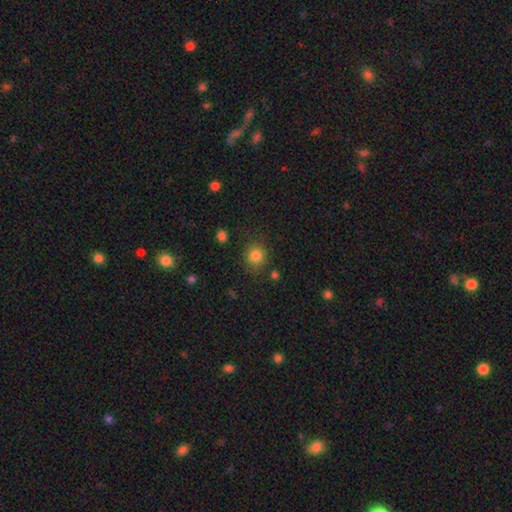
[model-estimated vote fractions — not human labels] smooth-or-featured: smooth: 82% | star or artifact: 12% | featured or disk: 6%
  how-rounded: round: 87% | in between: 12% | cigar-shaped: 1%
  merging: none: 83% | minor disturbance: 10% | major disturbance: 3% | merger: 3%